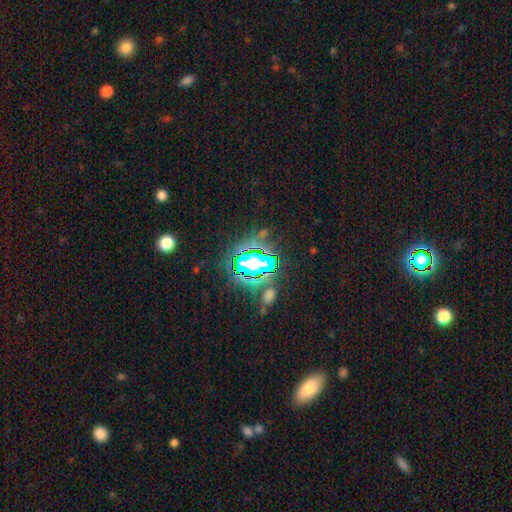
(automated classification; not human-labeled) A star or artifact, not a galaxy (79%).